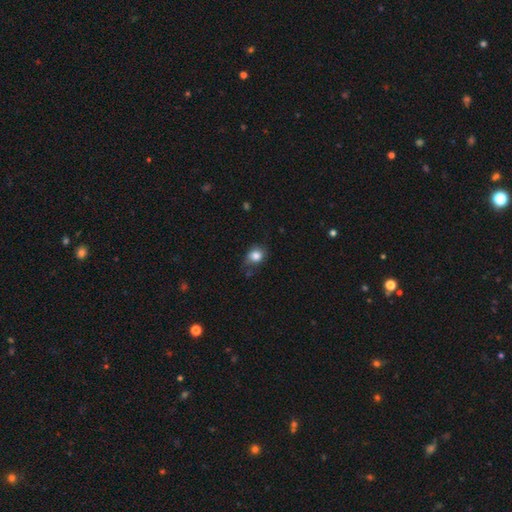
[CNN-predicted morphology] A smooth galaxy with no disk features (83%) that is round (57%). Merging: none (63%).